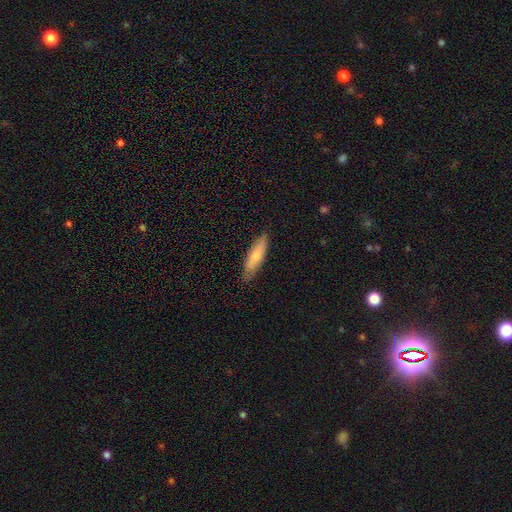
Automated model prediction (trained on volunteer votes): smooth 76%, featured or disk 18%, star or artifact 5%. Down the decision tree: how rounded — cigar-shaped (65%); merging — none (83%).